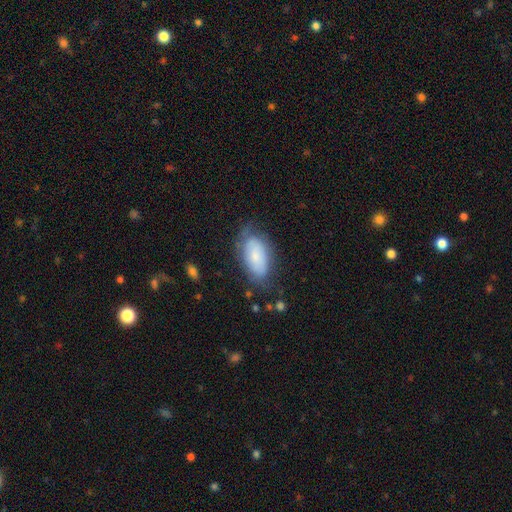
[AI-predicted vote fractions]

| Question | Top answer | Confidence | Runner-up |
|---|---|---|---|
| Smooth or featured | smooth | 63% | featured or disk (30%) |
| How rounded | in between | 93% | cigar-shaped (4%) |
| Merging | none | 61% | minor disturbance (26%) |